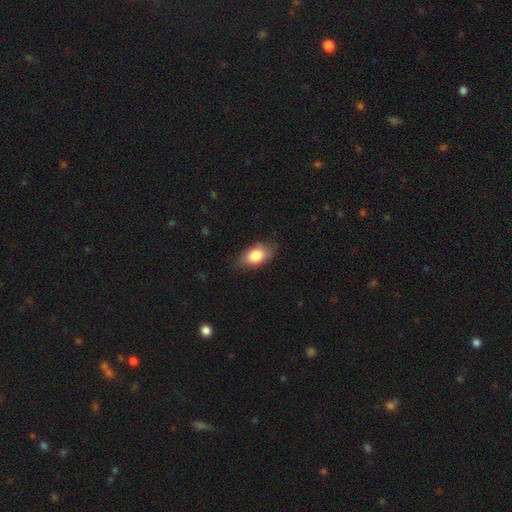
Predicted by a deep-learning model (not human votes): This appears to be a smooth galaxy with no disk features (82%) that is in between round and cigar-shaped (89%). Merging: none (78%).